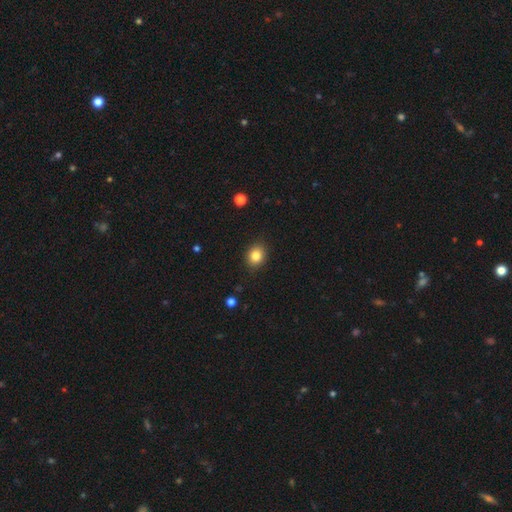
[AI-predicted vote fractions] Smooth or featured? Predicted: smooth (p=0.83). How rounded? Predicted: round (p=0.57). Merging? Predicted: none (p=0.88).